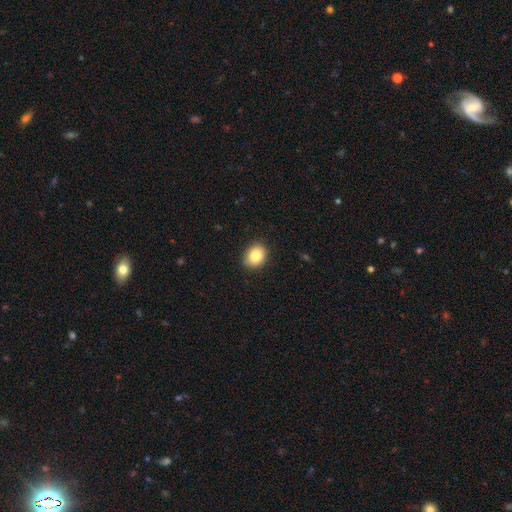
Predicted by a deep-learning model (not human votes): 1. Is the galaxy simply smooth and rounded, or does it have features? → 84% smooth, 9% star or artifact, 7% featured or disk.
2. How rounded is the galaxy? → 53% round, 46% in between, 1% cigar-shaped.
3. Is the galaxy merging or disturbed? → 87% none, 10% minor disturbance, 2% major disturbance, 1% merger.